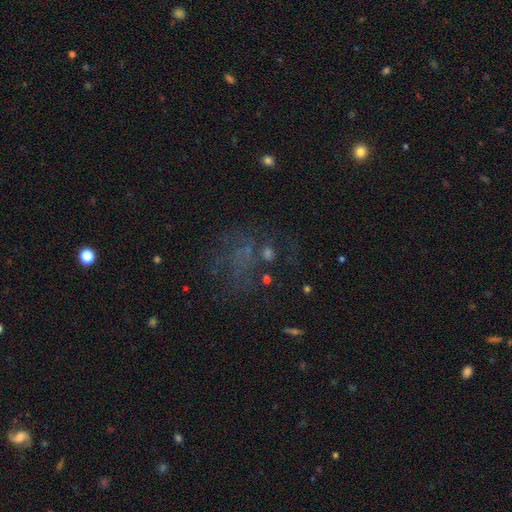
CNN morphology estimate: This is marginally a star or artifact rather than a galaxy (40%).